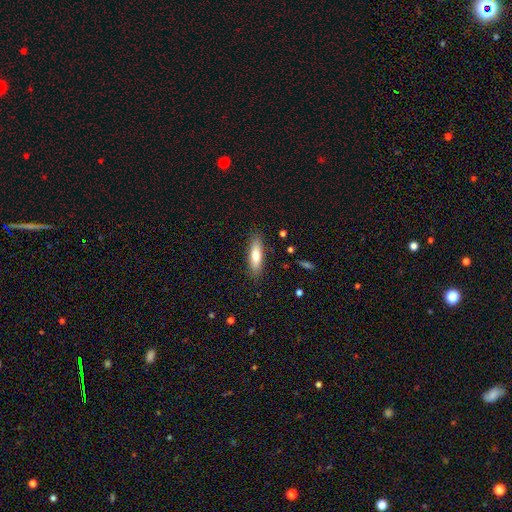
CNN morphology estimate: A smooth galaxy with no disk features (73%) that is cigar-shaped (56%). Merging: none (86%).